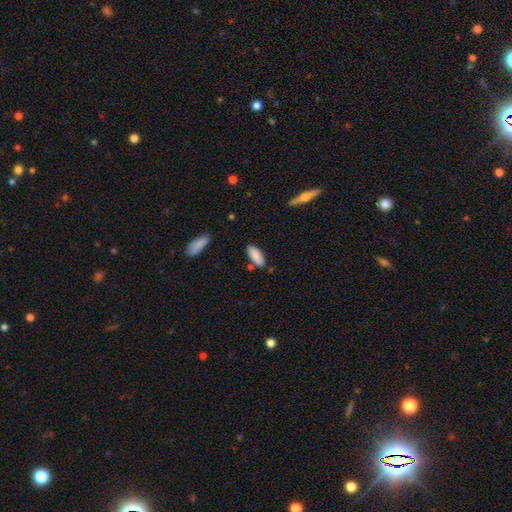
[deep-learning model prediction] This appears to be a smooth galaxy with no disk features (88%) that is in between round and cigar-shaped (76%). Merging: none (77%).